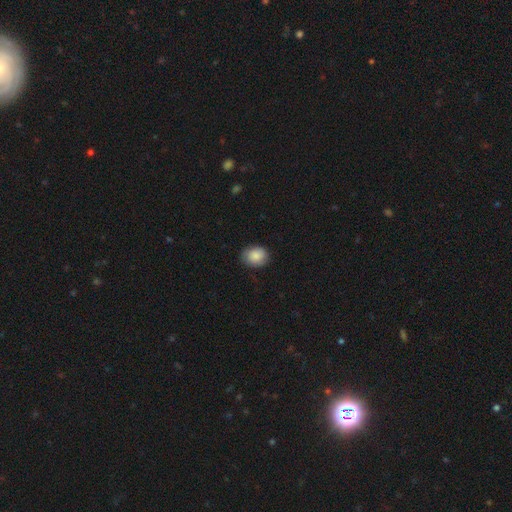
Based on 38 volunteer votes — Q: Smooth or featured?
A: smooth (92%); runner-up: featured or disk (5%)
Q: How rounded?
A: round (51%); runner-up: in between (46%)
Q: Merging?
A: none (95%); runner-up: minor disturbance (5%)